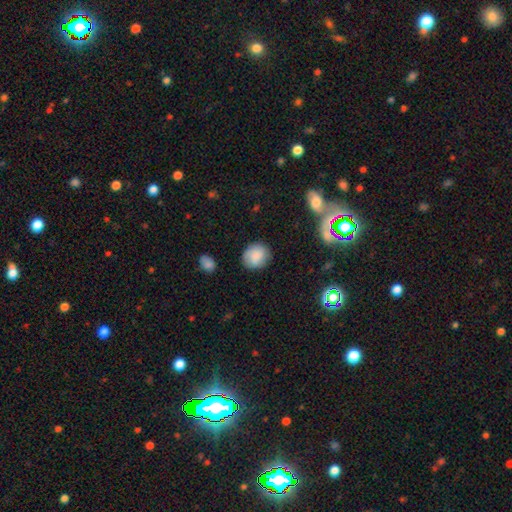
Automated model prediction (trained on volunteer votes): smooth 83%, featured or disk 9%, star or artifact 8%. Down the decision tree: how rounded — round (74%); merging — none (81%).